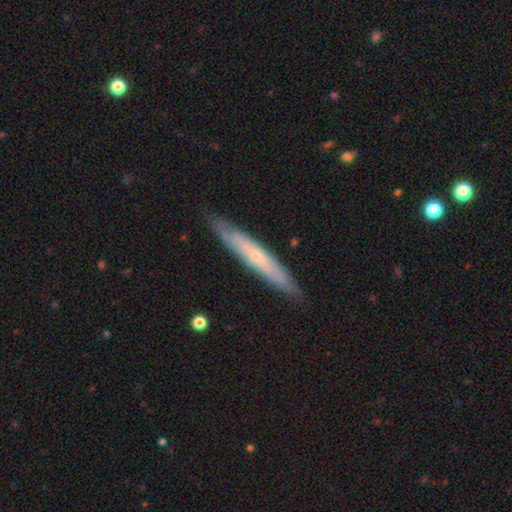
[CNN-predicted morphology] smooth-or-featured: featured or disk: 55% | smooth: 40% | star or artifact: 5%
  disk-edge-on: yes: 76% | no: 24%
  merging: none: 85% | minor disturbance: 12% | major disturbance: 2% | merger: 1%